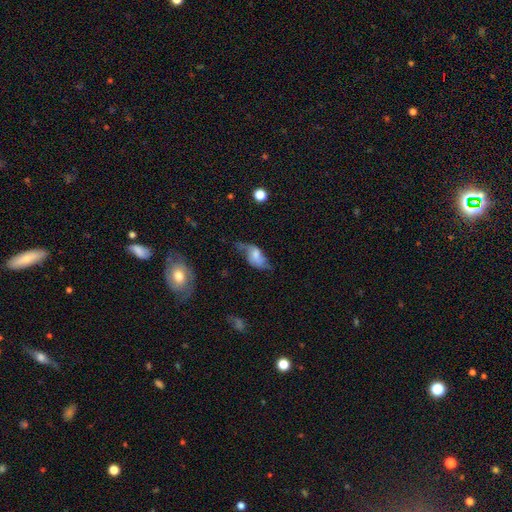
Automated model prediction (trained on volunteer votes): The model was most divided on "smooth or featured": smooth: 46%, featured or disk: 45%, star or artifact: 9%. Remaining: merging — none (40%).